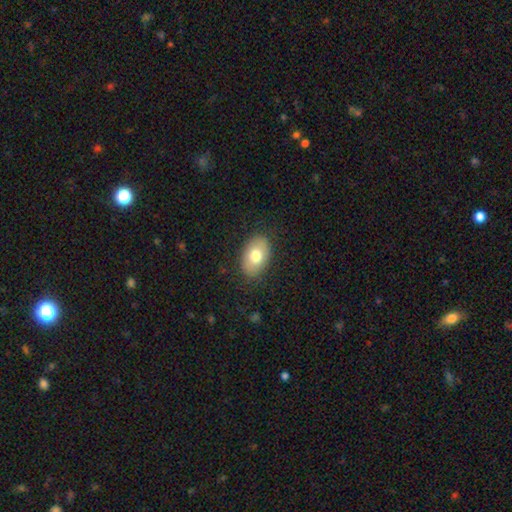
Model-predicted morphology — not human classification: Smooth or featured? smooth (75%)
How rounded? in between (88%)
Merging? none (85%)